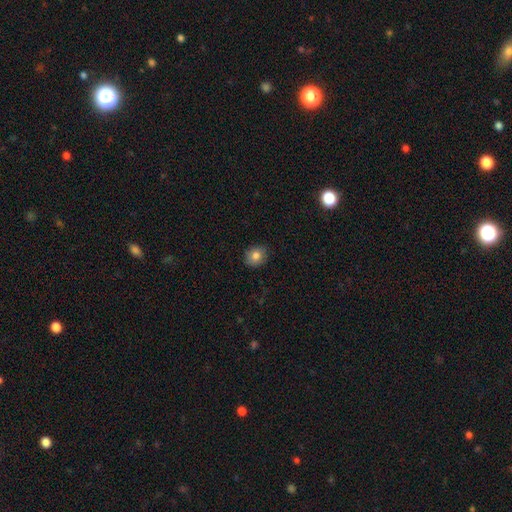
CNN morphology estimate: Smooth or featured? Predicted: smooth (p=0.82). How rounded? Predicted: round (p=0.74). Merging? Predicted: none (p=0.88).